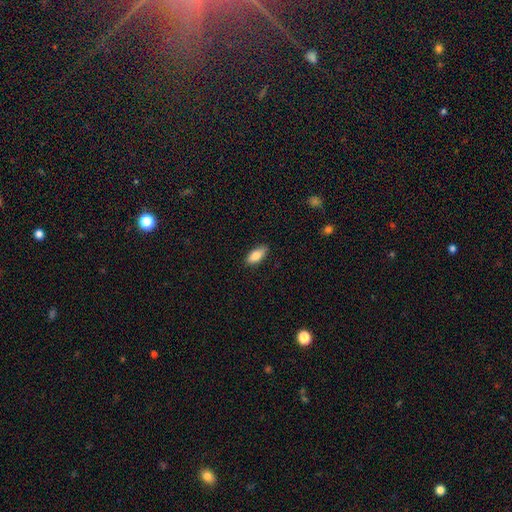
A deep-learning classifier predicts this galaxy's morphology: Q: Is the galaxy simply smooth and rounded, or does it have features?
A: smooth — 82%.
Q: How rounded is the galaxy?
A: in between — 83%.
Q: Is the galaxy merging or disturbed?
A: none — 86%.